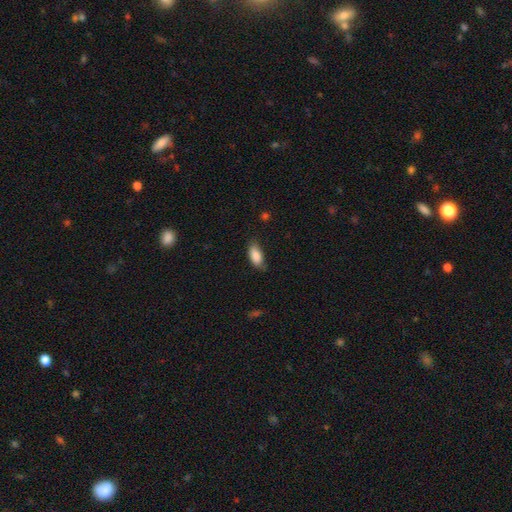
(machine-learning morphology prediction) A smooth galaxy with no disk features (86%) that is in between round and cigar-shaped (88%). Merging: none (67%).